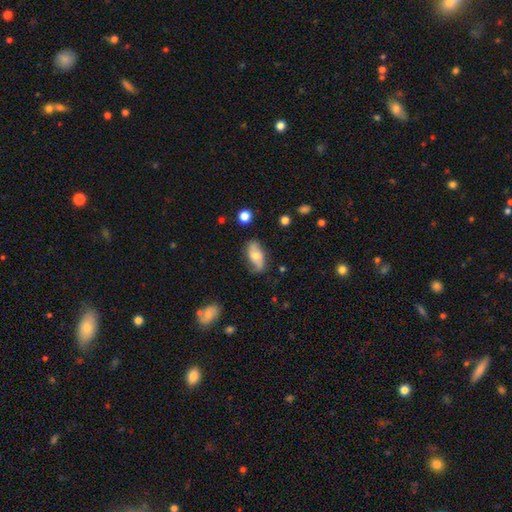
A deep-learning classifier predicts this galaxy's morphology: Q: Smooth or featured?
A: smooth (50%); runner-up: featured or disk (42%)
Q: How rounded?
A: in between (87%); runner-up: cigar-shaped (8%)
Q: Merging?
A: none (69%); runner-up: minor disturbance (22%)